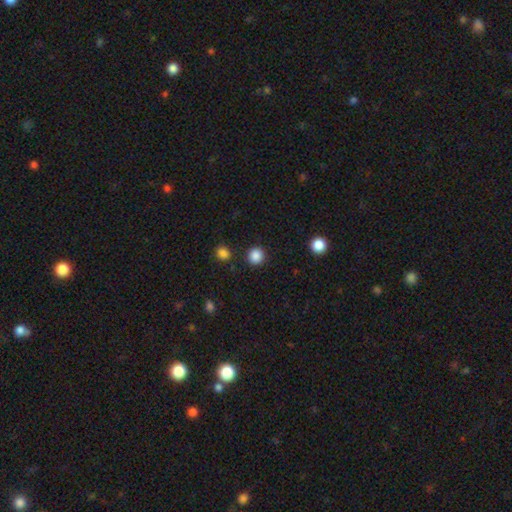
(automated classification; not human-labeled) smooth 87%, star or artifact 10%, featured or disk 3%. Down the decision tree: how rounded — round (93%); merging — none (91%).